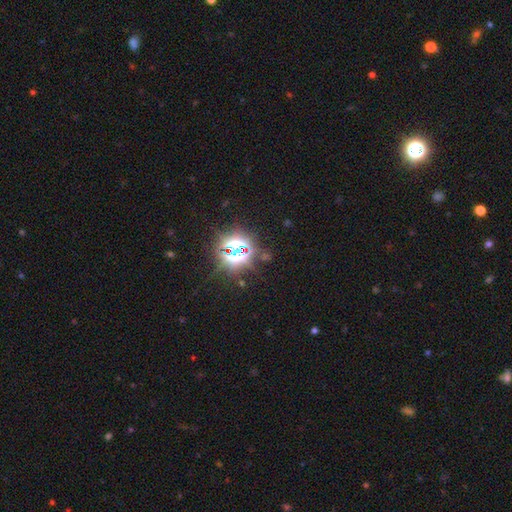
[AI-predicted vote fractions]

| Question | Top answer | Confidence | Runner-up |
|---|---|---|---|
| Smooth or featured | star or artifact | 81% | smooth (14%) |